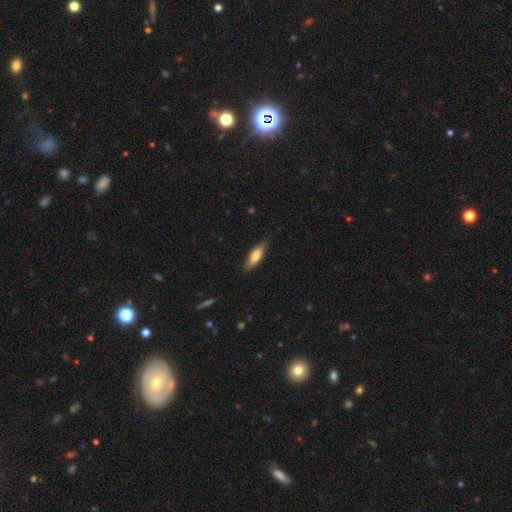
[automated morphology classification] smooth_or_featured: smooth (p=0.65) [alt: featured or disk p=0.29]
how_rounded: cigar-shaped (p=0.54) [alt: in between p=0.44]
merging: none (p=0.81) [alt: minor disturbance p=0.16]